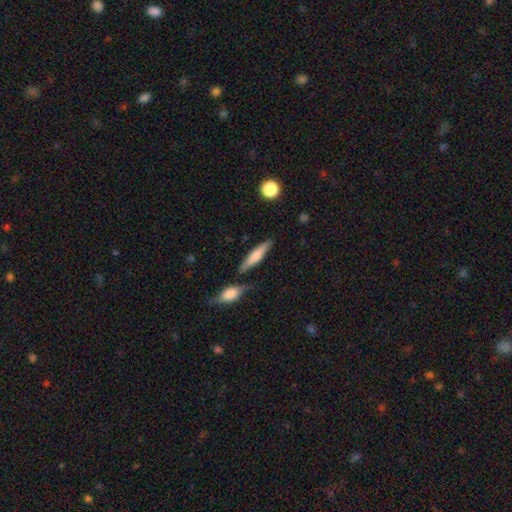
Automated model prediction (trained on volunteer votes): Smooth or featured: smooth — 66% (featured or disk — 28%)
How rounded: cigar-shaped — 79% (in between — 19%)
Merging: none — 71% (minor disturbance — 13%)